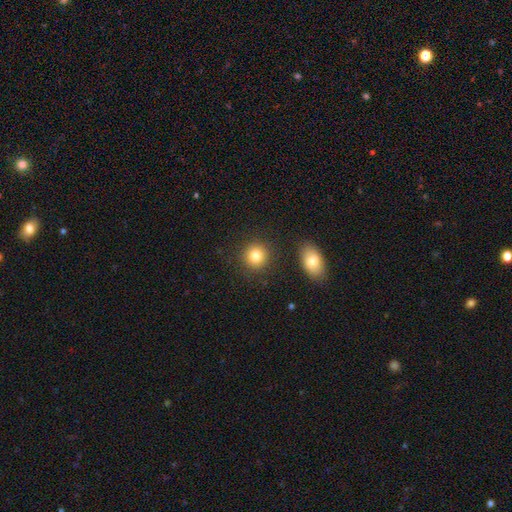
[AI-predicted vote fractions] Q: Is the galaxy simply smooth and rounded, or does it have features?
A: smooth — 83%.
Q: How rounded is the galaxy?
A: round — 87%.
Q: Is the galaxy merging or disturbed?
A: none — 84%.